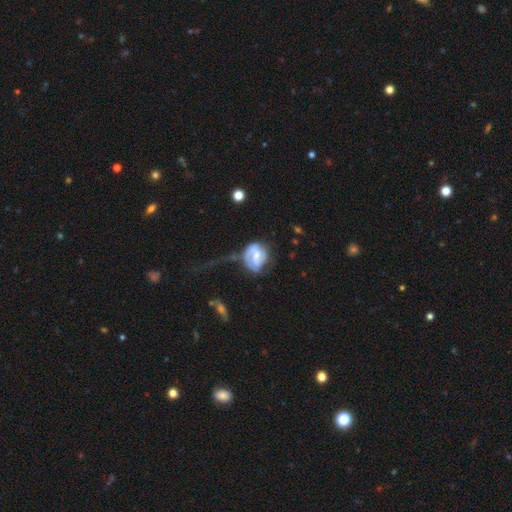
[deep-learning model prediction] Overall: featured or disk (64%; smooth 29%). Edge-on disk: no (97%). Bar: weak (46%; no 32%). Spiral arms: yes (75%). Bulge size: moderate (43%; small 41%). Merging: major disturbance (38%; none 32%).